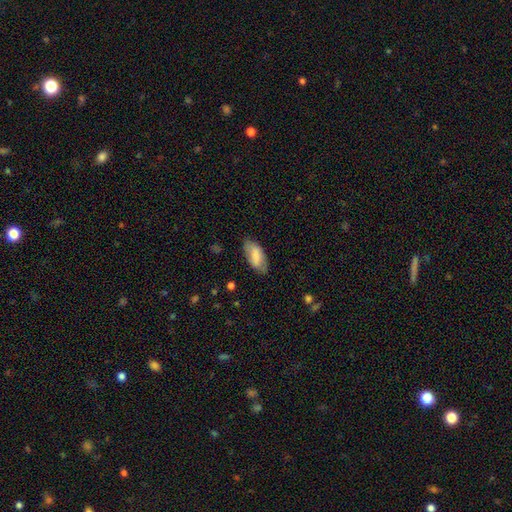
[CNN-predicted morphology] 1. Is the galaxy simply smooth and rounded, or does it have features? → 76% smooth, 17% featured or disk, 6% star or artifact.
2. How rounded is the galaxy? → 90% in between, 8% cigar-shaped, 2% round.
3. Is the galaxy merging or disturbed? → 75% none, 19% minor disturbance, 5% major disturbance, 1% merger.